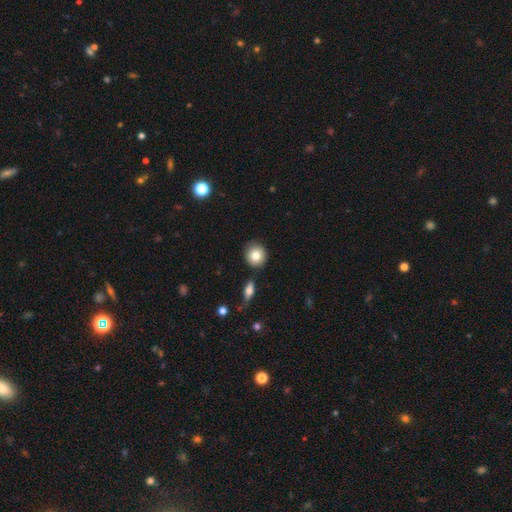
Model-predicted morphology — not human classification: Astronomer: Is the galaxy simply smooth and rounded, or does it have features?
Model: smooth — 82%.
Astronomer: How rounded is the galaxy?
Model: round — 86%.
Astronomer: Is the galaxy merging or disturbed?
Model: none — 85%.